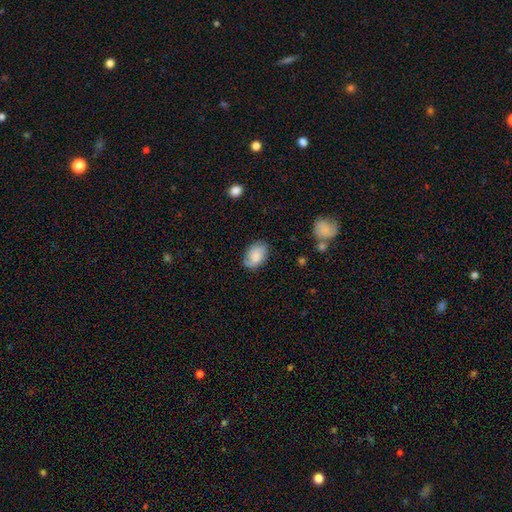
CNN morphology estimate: smooth_or_featured: smooth (p=0.72) [alt: featured or disk p=0.20]
how_rounded: in between (p=0.85) [alt: round p=0.14]
merging: none (p=0.72) [alt: minor disturbance p=0.22]